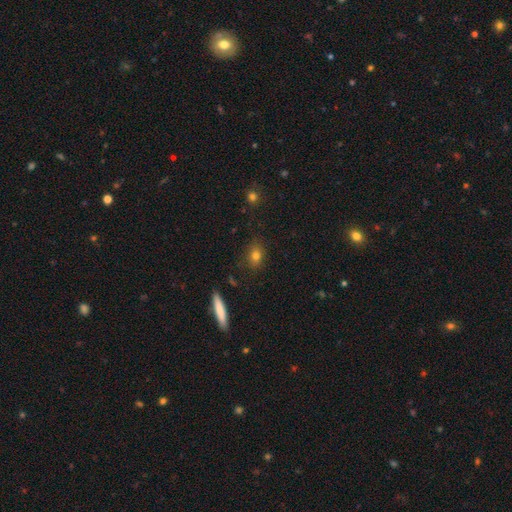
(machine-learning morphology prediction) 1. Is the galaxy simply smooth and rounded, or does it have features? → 78% smooth, 12% star or artifact, 10% featured or disk.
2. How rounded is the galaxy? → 59% in between, 35% round, 6% cigar-shaped.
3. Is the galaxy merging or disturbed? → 82% none, 13% minor disturbance, 3% major disturbance, 2% merger.